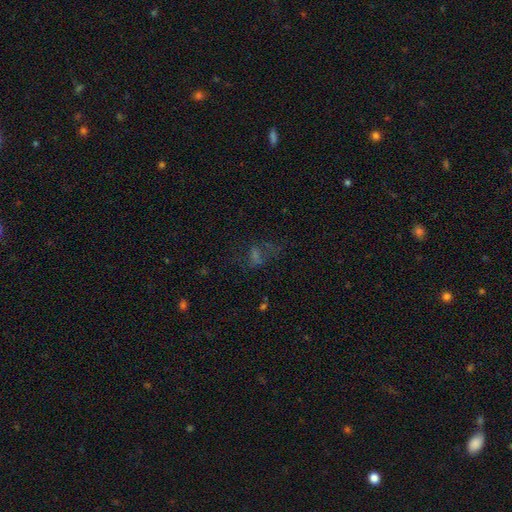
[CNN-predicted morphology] Smooth or featured: star or artifact — 38% (smooth — 36%)